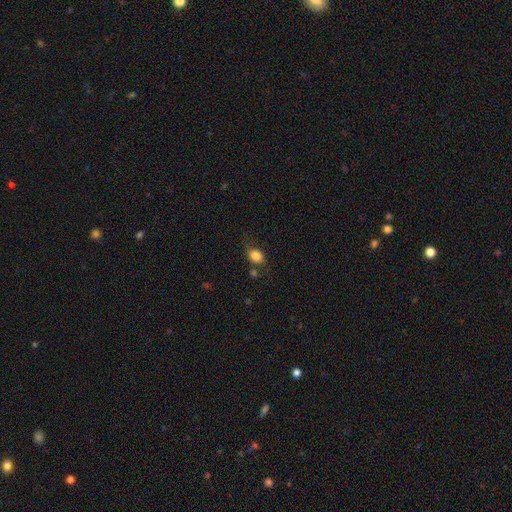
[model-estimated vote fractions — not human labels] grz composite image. It shows a smooth galaxy with no disk features (82%) that is in between round and cigar-shaped (58%). Merging: none (61%).